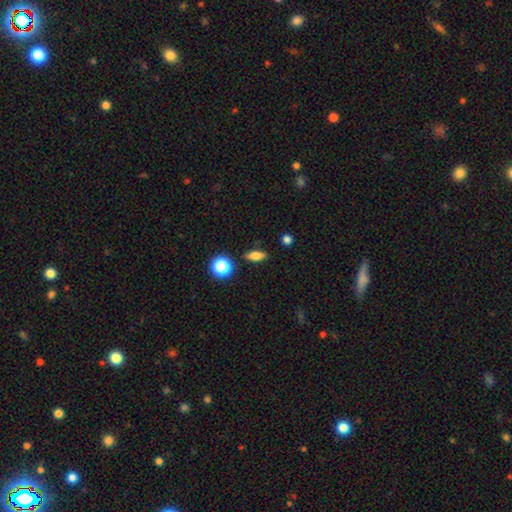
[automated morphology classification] Smooth or featured? smooth (73%)
How rounded? in between (66%)
Merging? none (87%)